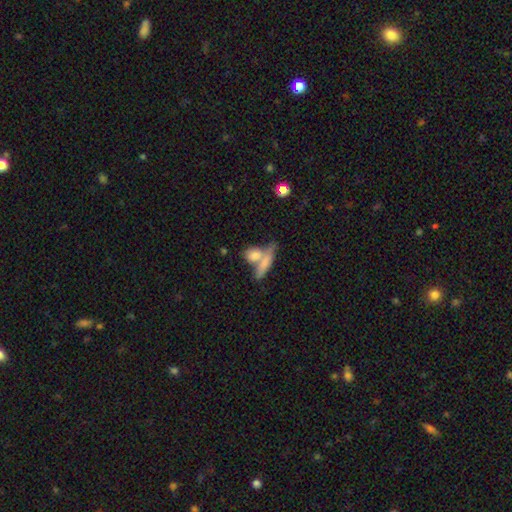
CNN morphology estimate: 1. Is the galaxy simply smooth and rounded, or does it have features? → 75% smooth, 17% featured or disk, 8% star or artifact.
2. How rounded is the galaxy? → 48% in between, 34% cigar-shaped, 19% round.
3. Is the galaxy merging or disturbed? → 45% merger, 42% none, 9% minor disturbance, 4% major disturbance.